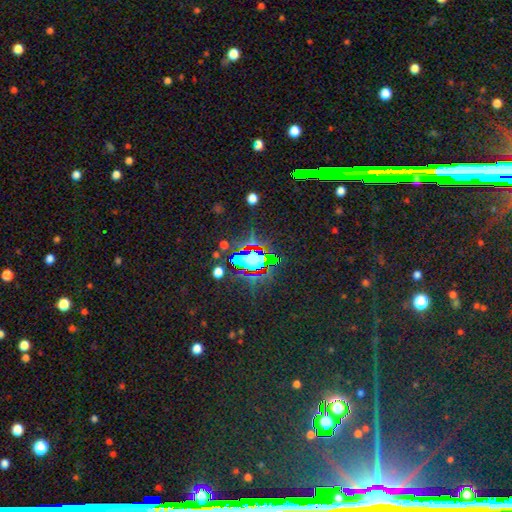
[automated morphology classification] A star or artifact, not a galaxy (65%).

Vote fractions:
- Smooth or featured? star or artifact: 65% / smooth: 23% / featured or disk: 12%